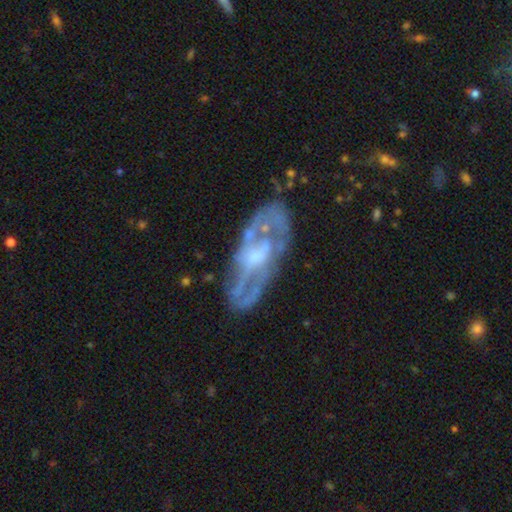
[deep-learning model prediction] smooth-or-featured: featured or disk: 78% | smooth: 15% | star or artifact: 7%
  disk-edge-on: no: 86% | yes: 14%
    bar: no: 52% | weak: 36% | strong: 12%
    has-spiral-arms: yes: 68% | no: 32%
    bulge-size: moderate: 42% | small: 41% | none: 12% | large: 4% | dominant: 1%
  merging: none: 70% | minor disturbance: 18% | major disturbance: 9% | merger: 3%